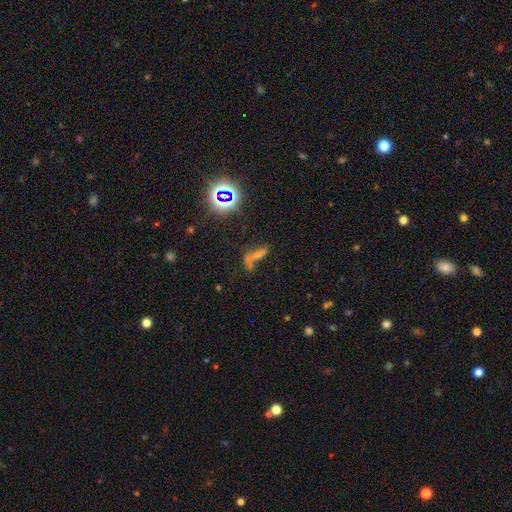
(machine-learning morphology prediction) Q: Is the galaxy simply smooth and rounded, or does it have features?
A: smooth — 39%.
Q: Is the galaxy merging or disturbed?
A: none — 37%.